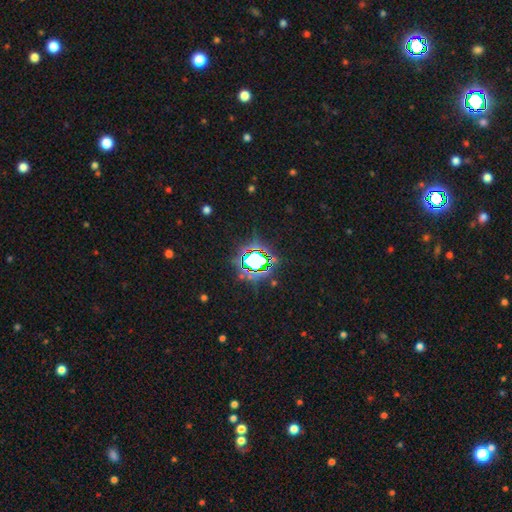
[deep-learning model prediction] Smooth or featured: star or artifact — 79% (smooth — 12%)